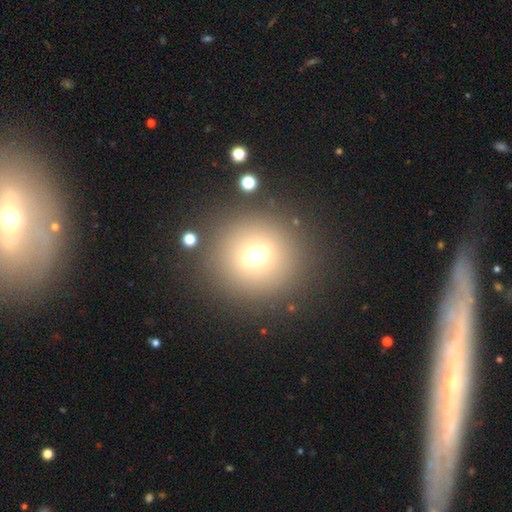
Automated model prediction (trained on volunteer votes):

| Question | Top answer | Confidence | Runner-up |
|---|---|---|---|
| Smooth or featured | smooth | 53% | featured or disk (28%) |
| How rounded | round | 84% | in between (14%) |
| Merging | none | 84% | minor disturbance (8%) |